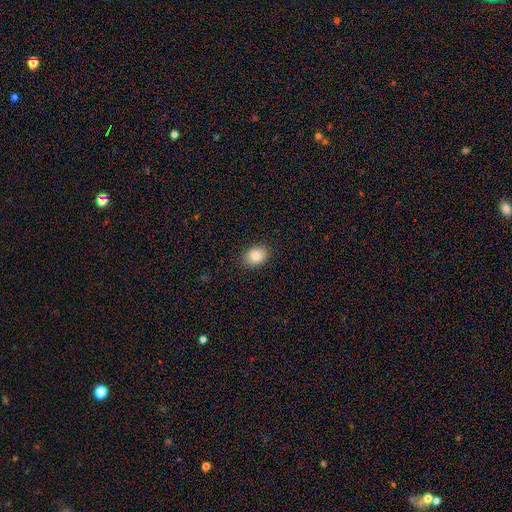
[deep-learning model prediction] smooth 85%, star or artifact 9%, featured or disk 6%. Down the decision tree: how rounded — in between (57%); merging — none (88%).